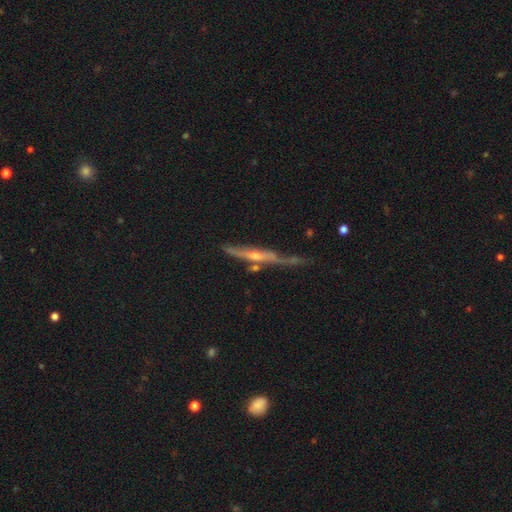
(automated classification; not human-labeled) A featured or disk galaxy (72%) viewed edge-on (89%) with a rounded central bulge (68%). Merging: none (48%).